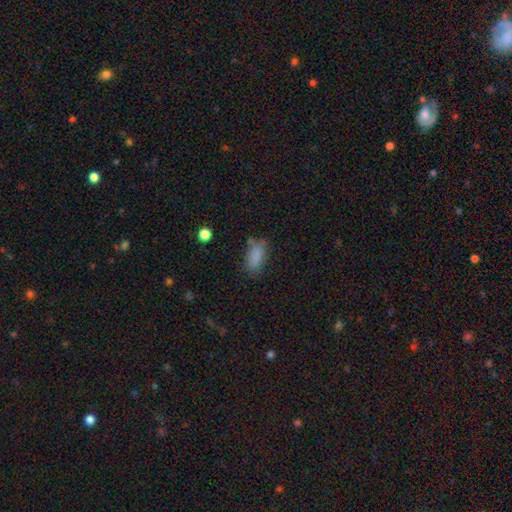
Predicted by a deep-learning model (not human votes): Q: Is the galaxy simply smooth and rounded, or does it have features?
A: smooth — 81%.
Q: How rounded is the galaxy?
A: in between — 87%.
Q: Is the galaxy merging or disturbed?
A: none — 60%.